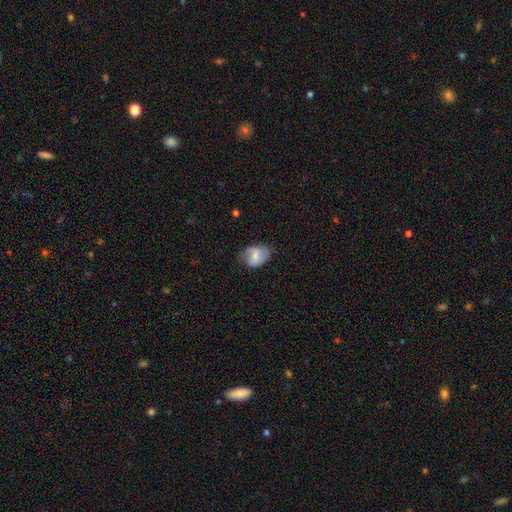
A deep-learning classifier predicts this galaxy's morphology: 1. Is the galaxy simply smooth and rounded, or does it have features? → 59% smooth, 33% featured or disk, 8% star or artifact.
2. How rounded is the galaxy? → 74% in between, 25% round, 1% cigar-shaped.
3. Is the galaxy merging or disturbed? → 60% none, 30% minor disturbance, 9% major disturbance, 2% merger.